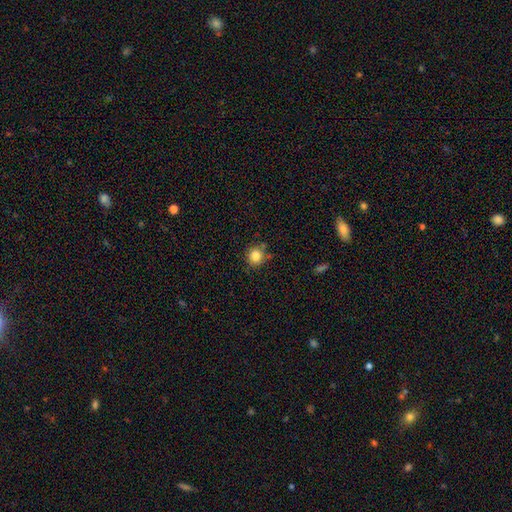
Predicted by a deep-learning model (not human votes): Smooth or featured: smooth — 83% (star or artifact — 11%)
How rounded: round — 89% (in between — 10%)
Merging: none — 79% (minor disturbance — 12%)